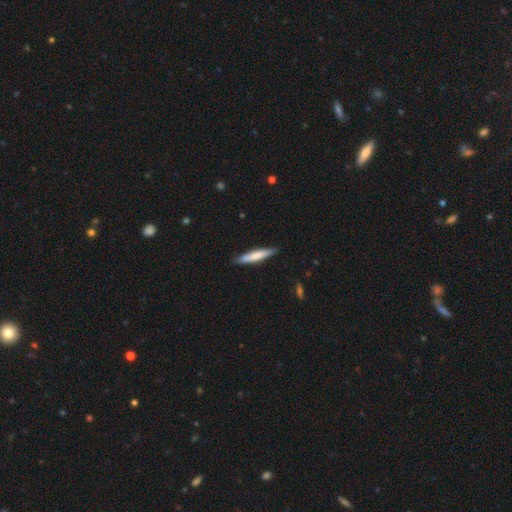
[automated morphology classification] smooth-or-featured: smooth: 66% | featured or disk: 29% | star or artifact: 5%
  how-rounded: cigar-shaped: 91% | in between: 8% | round: 1%
  merging: none: 84% | minor disturbance: 12% | major disturbance: 2% | merger: 1%